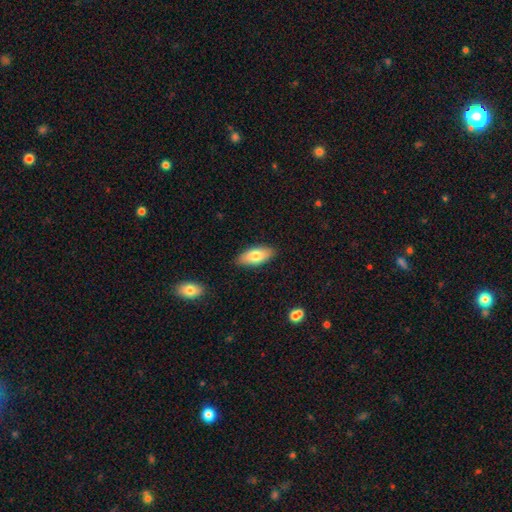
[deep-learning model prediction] Smooth or featured? smooth (79%)
How rounded? in between (88%)
Merging? none (87%)